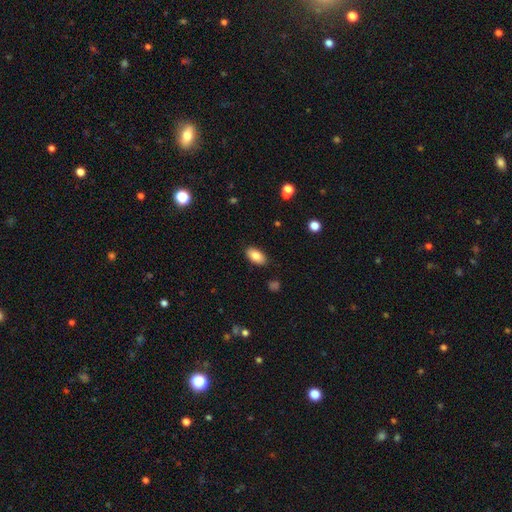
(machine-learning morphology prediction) type=smooth (84%); roundness=in between (93%); merging=none (87%).